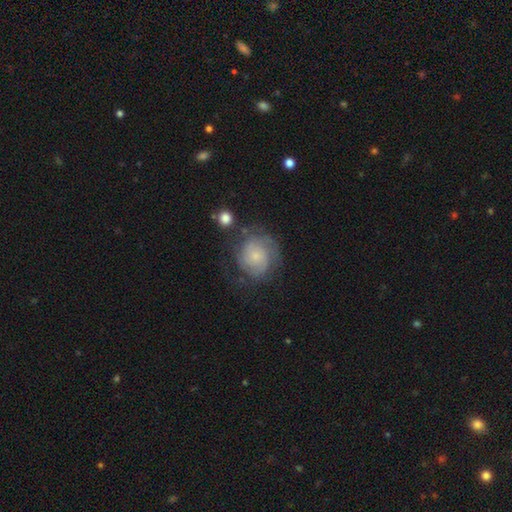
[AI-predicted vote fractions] smooth-or-featured: featured or disk: 61% | smooth: 31% | star or artifact: 8%
  disk-edge-on: no: 98% | yes: 2%
    bar: no: 78% | weak: 19% | strong: 3%
    has-spiral-arms: yes: 86% | no: 14%
      spiral-winding: tight: 57% | medium: 31% | loose: 12%
      spiral-arm-count: can't tell: 40% | 2: 29% | 3: 16% | 4: 6% | 1: 5% | more than 4: 4%
    bulge-size: small: 72% | moderate: 18% | none: 7% | large: 3% | dominant: 1%
  merging: none: 61% | minor disturbance: 21% | major disturbance: 15% | merger: 4%